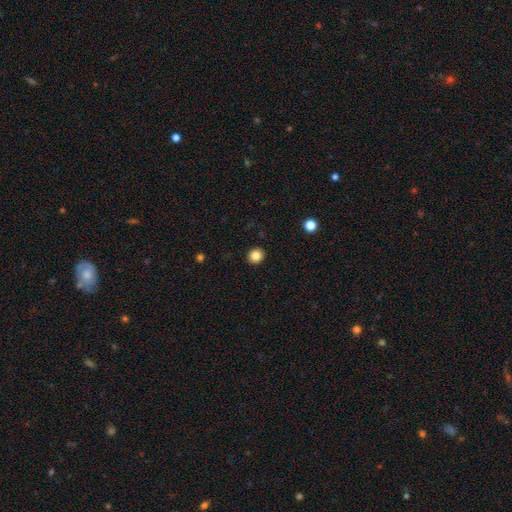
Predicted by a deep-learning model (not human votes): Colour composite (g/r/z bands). It shows a smooth galaxy with no disk features (84%) that is round (86%). Merging: none (92%).